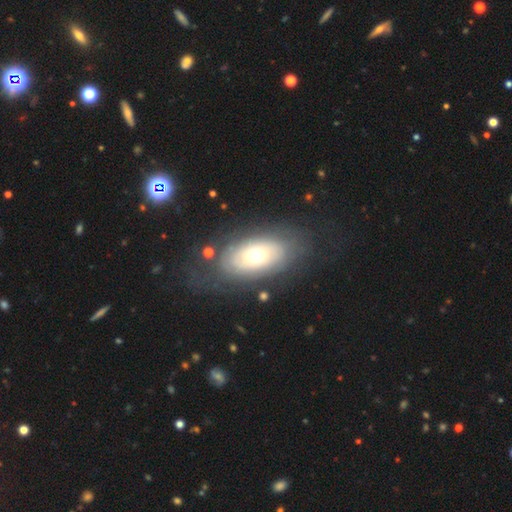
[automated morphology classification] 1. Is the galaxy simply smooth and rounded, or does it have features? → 56% featured or disk, 37% smooth, 7% star or artifact.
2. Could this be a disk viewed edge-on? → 90% no, 10% yes.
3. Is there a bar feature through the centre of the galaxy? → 88% no, 9% weak, 3% strong.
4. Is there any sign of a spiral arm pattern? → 56% no, 44% yes.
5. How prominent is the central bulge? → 69% moderate, 15% small, 12% large, 2% dominant, 1% none.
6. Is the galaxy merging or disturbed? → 70% none, 17% minor disturbance, 11% major disturbance, 3% merger.